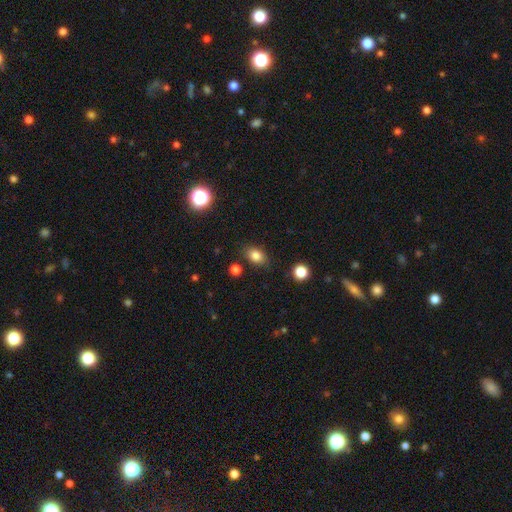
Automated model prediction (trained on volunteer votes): The model was most divided on "how rounded": in between: 74%, round: 24%, cigar-shaped: 2%. More confident: smooth or featured — smooth (82%); merging — none (82%).